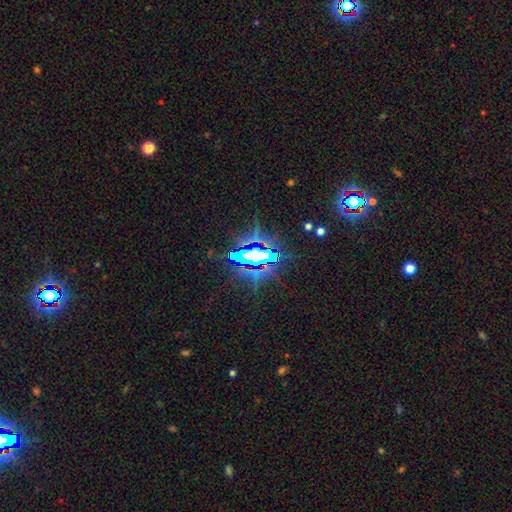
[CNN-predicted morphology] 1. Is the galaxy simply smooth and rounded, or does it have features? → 73% star or artifact, 14% featured or disk, 12% smooth.